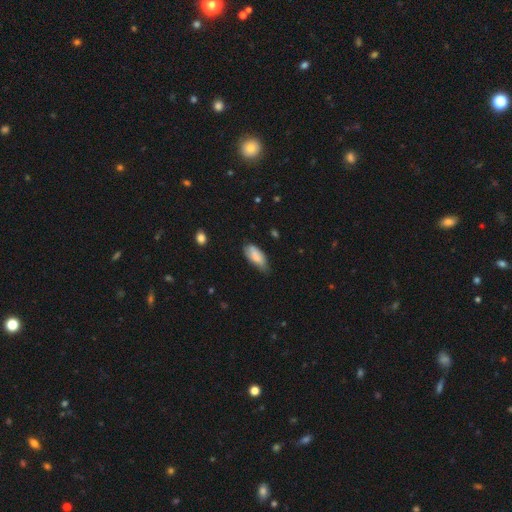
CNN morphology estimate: Smooth or featured?
  - smooth: 81% *
  - featured or disk: 12%
  - star or artifact: 7%
How rounded?
  - in between: 85% *
  - cigar-shaped: 13%
  - round: 2%
Merging?
  - none: 50% *
  - minor disturbance: 40%
  - major disturbance: 8%
  - merger: 2%